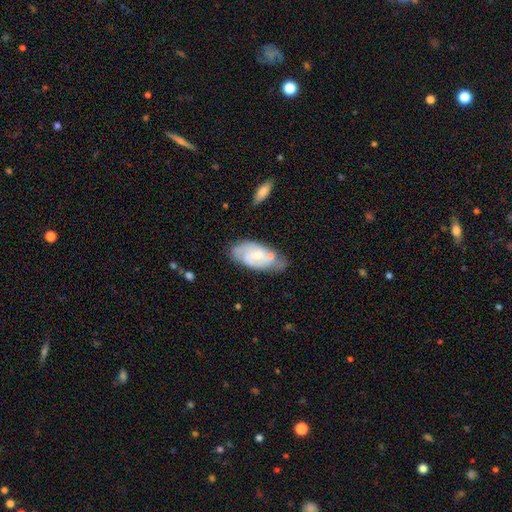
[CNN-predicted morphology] A featured or disk galaxy (60%) with no bar (50%), spiral arms (80%) and a small central bulge (50%).

Vote fractions:
- Smooth or featured? featured or disk: 60% / smooth: 34% / star or artifact: 6%
- Edge-on disk? no: 93% / yes: 7%
- Bar? no: 50% / weak: 42% / strong: 8%
- Spiral arms? yes: 80% / no: 20%
- Bulge size? small: 50% / moderate: 36% / none: 10% / large: 4% / dominant: 1%
- Merging? none: 55% / minor disturbance: 27% / merger: 9% / major disturbance: 9%